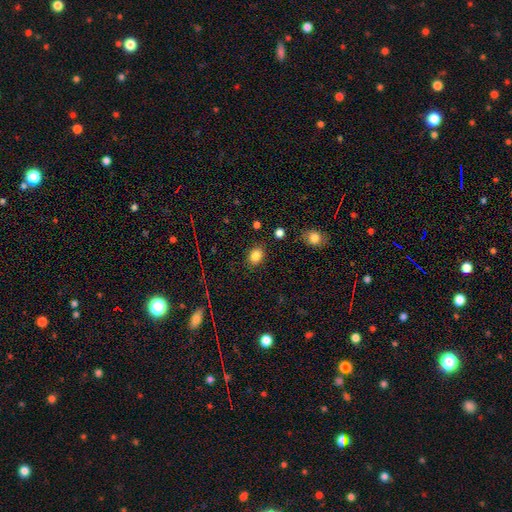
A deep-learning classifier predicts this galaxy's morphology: Q: Smooth or featured?
A: smooth (83%); runner-up: star or artifact (11%)
Q: How rounded?
A: in between (63%); runner-up: round (35%)
Q: Merging?
A: none (85%); runner-up: minor disturbance (10%)